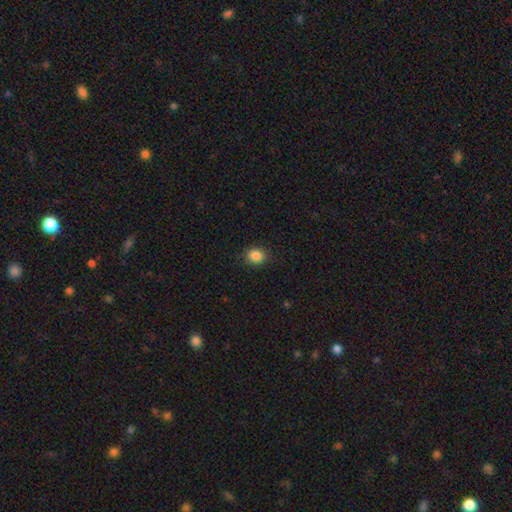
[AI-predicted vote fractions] This is clearly a smooth galaxy (86%). How rounded: likely round (66%). Merging: clearly none (88%).